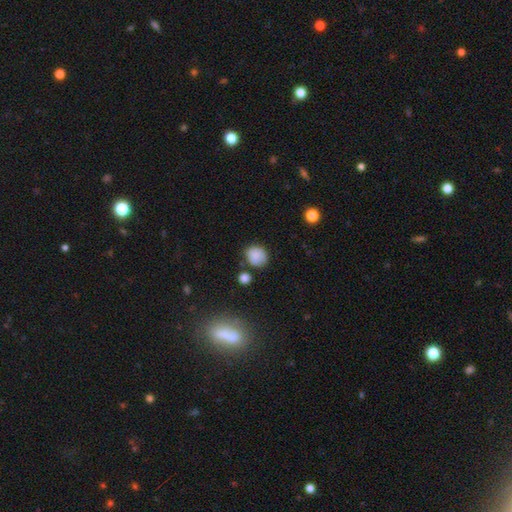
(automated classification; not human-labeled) Overall: smooth (83%). How rounded: round (73%). Merging: none (66%).